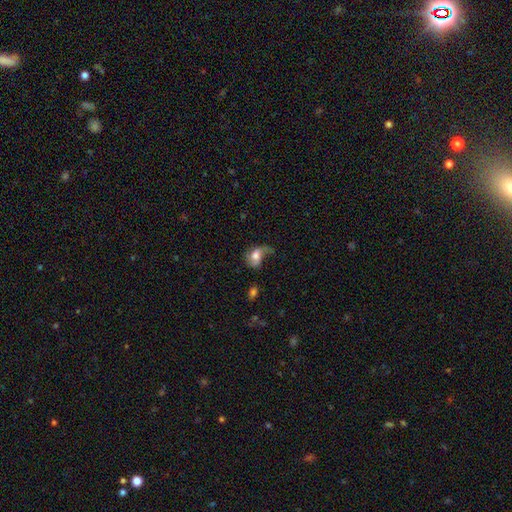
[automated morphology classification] This is possibly a smooth galaxy (54%). How rounded: likely in between (70%). Merging: marginally major disturbance (41%).